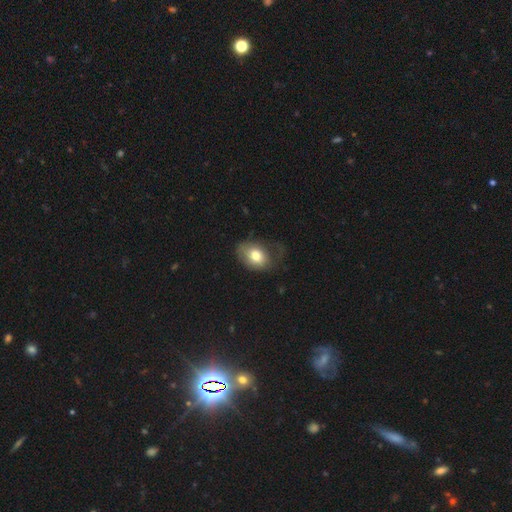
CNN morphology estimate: A smooth galaxy with no disk features (73%) that is in between round and cigar-shaped (77%).

Vote fractions:
- Smooth or featured? smooth: 73% / featured or disk: 19% / star or artifact: 8%
- How rounded? in between: 77% / round: 22% / cigar-shaped: 1%
- Merging? none: 48% / minor disturbance: 30% / major disturbance: 21% / merger: 2%